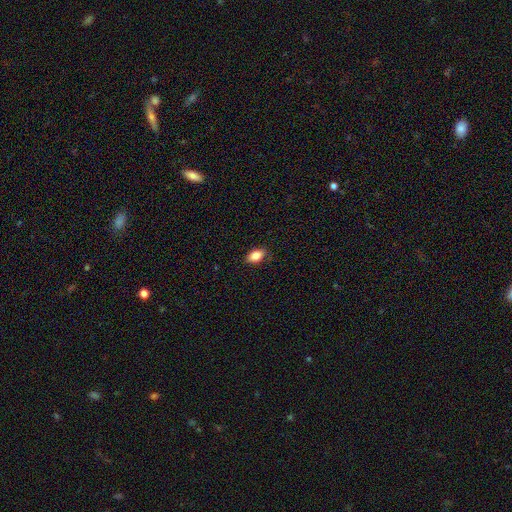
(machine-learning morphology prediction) smooth_or_featured: smooth (p=0.84) [alt: featured or disk p=0.09]
how_rounded: in between (p=0.89) [alt: round p=0.08]
merging: none (p=0.84) [alt: minor disturbance p=0.13]